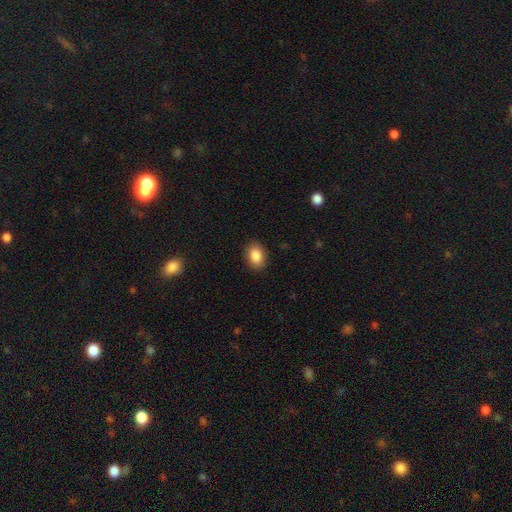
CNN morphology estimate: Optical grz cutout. It shows a smooth galaxy with no disk features (87%) that is in between round and cigar-shaped (80%). Merging: none (88%).